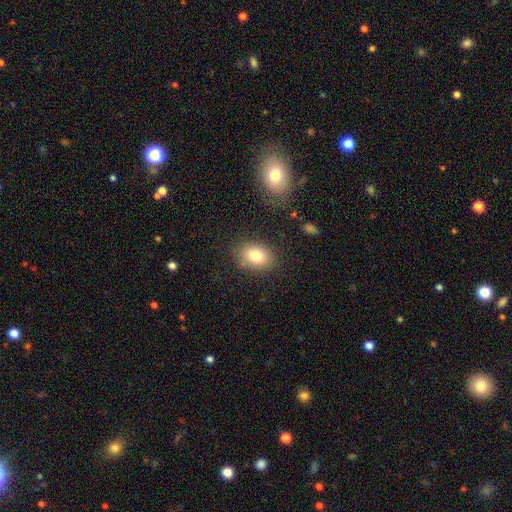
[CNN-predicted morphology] A smooth galaxy with no disk features (79%) that is in between round and cigar-shaped (69%).

Vote fractions:
- Smooth or featured? smooth: 79% / featured or disk: 11% / star or artifact: 10%
- How rounded? in between: 69% / round: 30% / cigar-shaped: 1%
- Merging? none: 81% / minor disturbance: 13% / major disturbance: 4% / merger: 3%